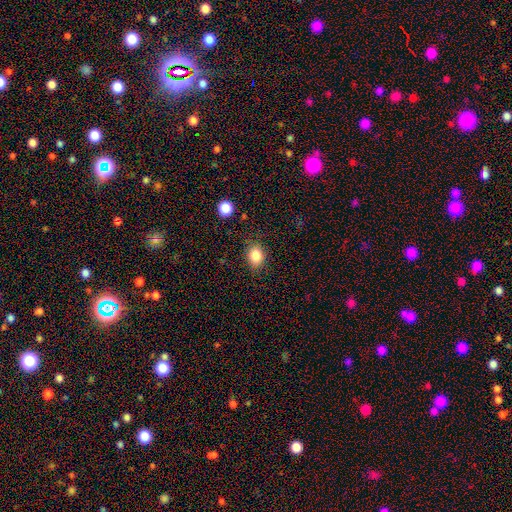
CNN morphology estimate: A smooth galaxy with no disk features (84%) that is in between round and cigar-shaped (59%).

Vote fractions:
- Smooth or featured? smooth: 84% / star or artifact: 10% / featured or disk: 6%
- How rounded? in between: 59% / round: 40% / cigar-shaped: 1%
- Merging? none: 83% / minor disturbance: 13% / major disturbance: 3% / merger: 1%